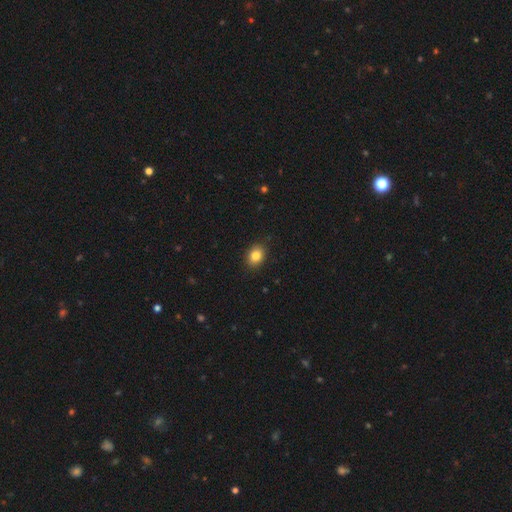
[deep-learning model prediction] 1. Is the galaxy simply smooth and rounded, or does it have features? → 84% smooth, 10% star or artifact, 6% featured or disk.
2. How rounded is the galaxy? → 58% in between, 41% round, 1% cigar-shaped.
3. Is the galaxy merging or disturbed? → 89% none, 8% minor disturbance, 2% major disturbance, 1% merger.